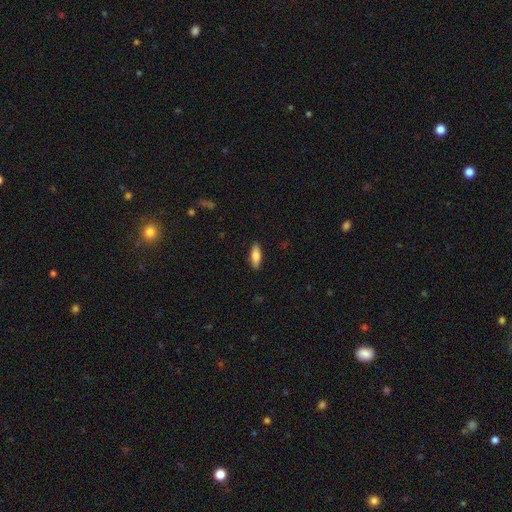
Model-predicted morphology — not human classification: smooth-or-featured: smooth: 80% | featured or disk: 14% | star or artifact: 6%
  how-rounded: in between: 61% | cigar-shaped: 37% | round: 2%
  merging: none: 89% | minor disturbance: 8% | major disturbance: 2% | merger: 1%